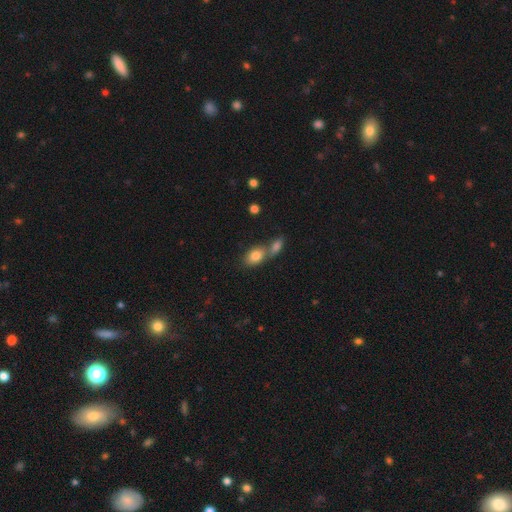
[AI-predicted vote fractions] Smooth or featured? smooth (81%)
How rounded? in between (85%)
Merging? merger (49%)